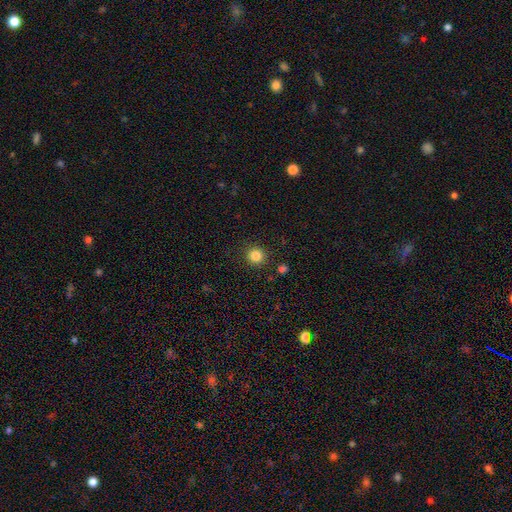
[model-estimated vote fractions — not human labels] smooth-or-featured: smooth: 84% | star or artifact: 12% | featured or disk: 4%
  how-rounded: round: 93% | in between: 6% | cigar-shaped: 1%
  merging: none: 90% | minor disturbance: 6% | major disturbance: 2% | merger: 2%